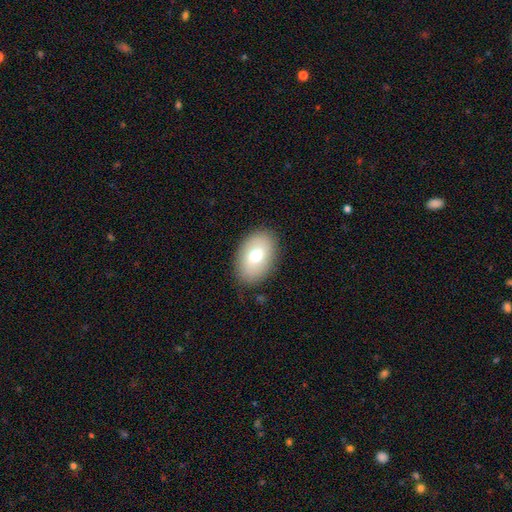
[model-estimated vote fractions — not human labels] This appears to be a smooth galaxy with no disk features (71%) that is in between round and cigar-shaped (88%). Merging: none (85%).